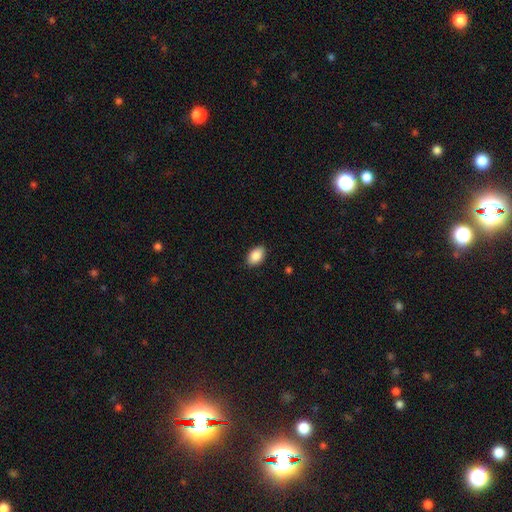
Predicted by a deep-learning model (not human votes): Q: Smooth or featured?
A: smooth (88%); runner-up: star or artifact (7%)
Q: How rounded?
A: in between (90%); runner-up: round (9%)
Q: Merging?
A: none (88%); runner-up: minor disturbance (9%)